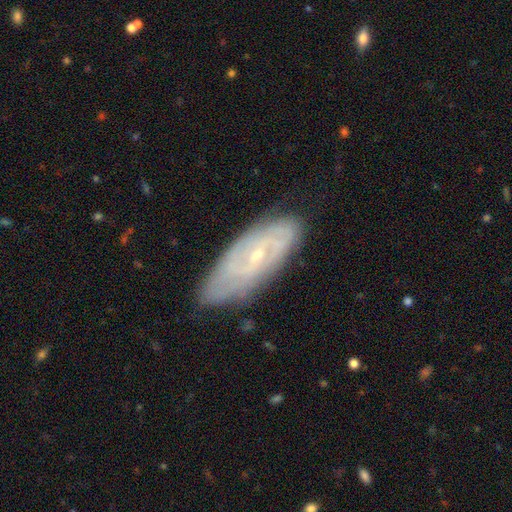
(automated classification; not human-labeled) Overall: featured or disk (74%). Edge-on disk: no (86%). Bar: no (50%; weak 38%). Spiral arms: yes (82%). Spiral arm count: can't tell (51%; 2 29%). Spiral winding: tight (60%; medium 29%). Bulge size: small (76%). Merging: none (77%).